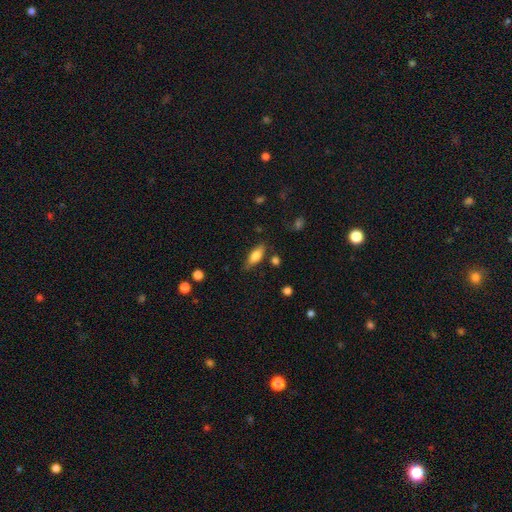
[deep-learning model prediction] Smooth or featured? smooth (74%)
How rounded? in between (73%)
Merging? none (75%)